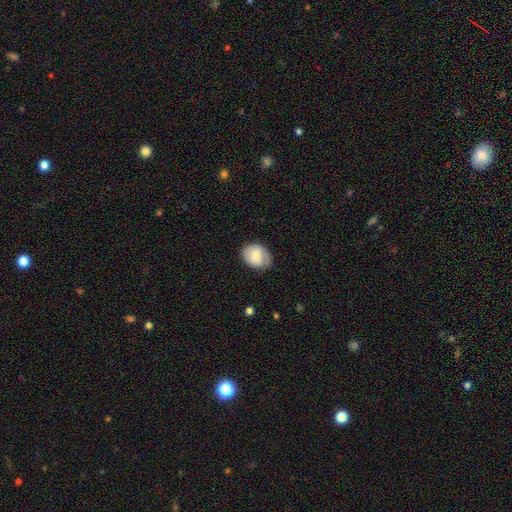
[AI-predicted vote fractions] This appears to be a smooth galaxy with no disk features (65%) that is in between round and cigar-shaped (63%). Merging: none (74%).